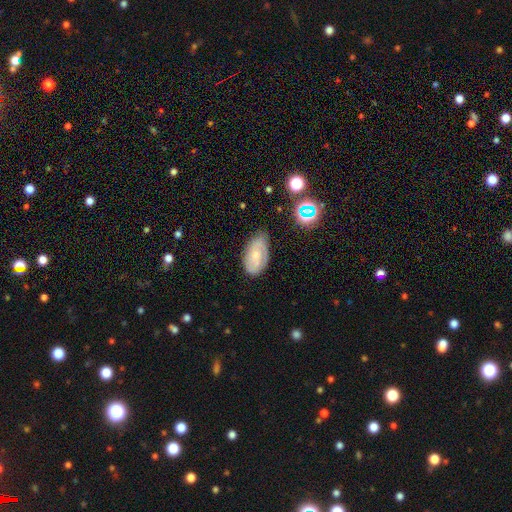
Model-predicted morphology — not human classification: type=featured or disk (51%); edge-on=no (94%); merging=none (61%).